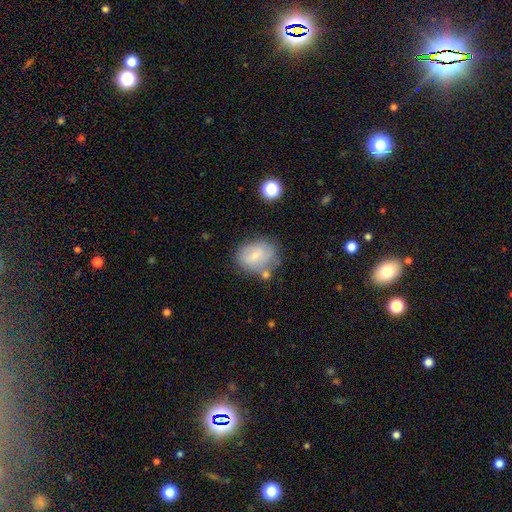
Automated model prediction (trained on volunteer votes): smooth 57%, featured or disk 34%, star or artifact 9%. Down the decision tree: how rounded — in between (53%); merging — none (57%).